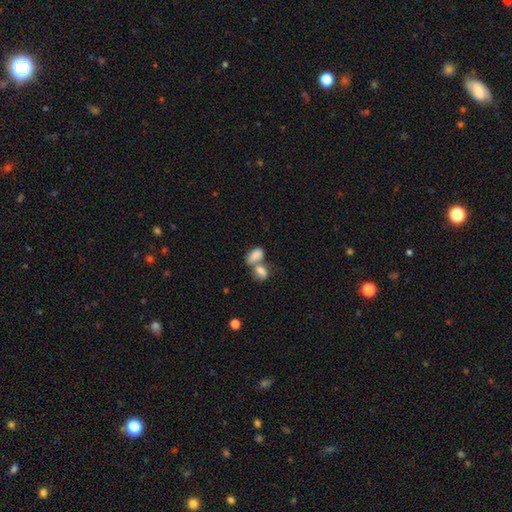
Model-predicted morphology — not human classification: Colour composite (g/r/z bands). It shows a smooth galaxy with no disk features (81%) that is in between round and cigar-shaped (89%). Merging: merger (66%).